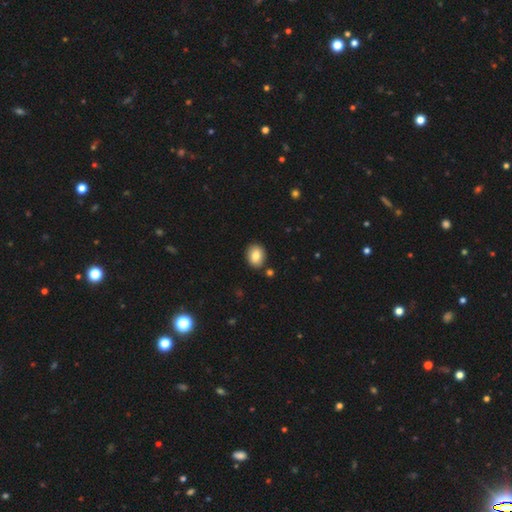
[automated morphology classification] Smooth or featured? Predicted: smooth (p=0.83). How rounded? Predicted: in between (p=0.52). Merging? Predicted: none (p=0.86).